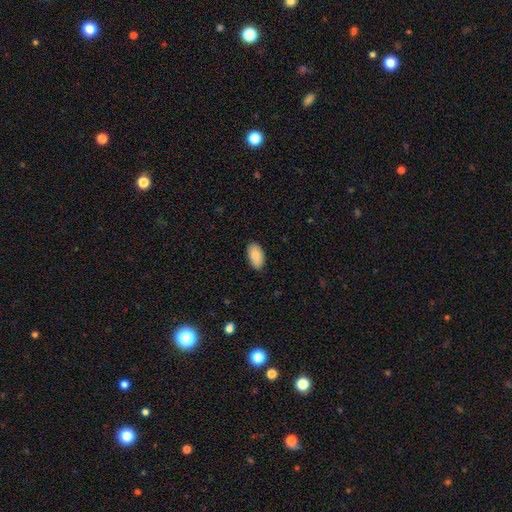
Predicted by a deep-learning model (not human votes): smooth 87%, featured or disk 7%, star or artifact 6%. Down the decision tree: how rounded — in between (95%); merging — none (88%).